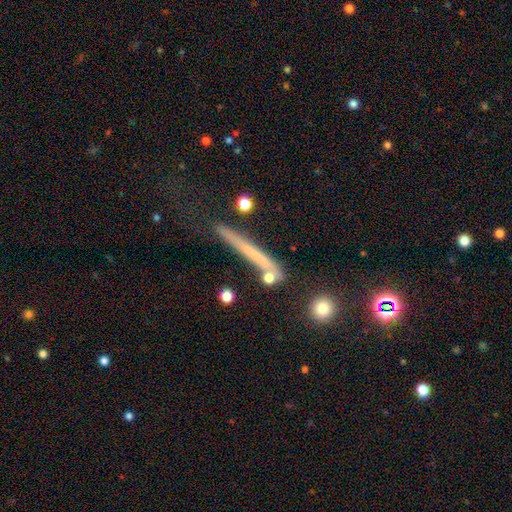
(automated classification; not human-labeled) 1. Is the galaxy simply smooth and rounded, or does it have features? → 48% smooth, 42% featured or disk, 9% star or artifact.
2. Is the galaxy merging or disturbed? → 68% none, 19% minor disturbance, 7% merger, 7% major disturbance.